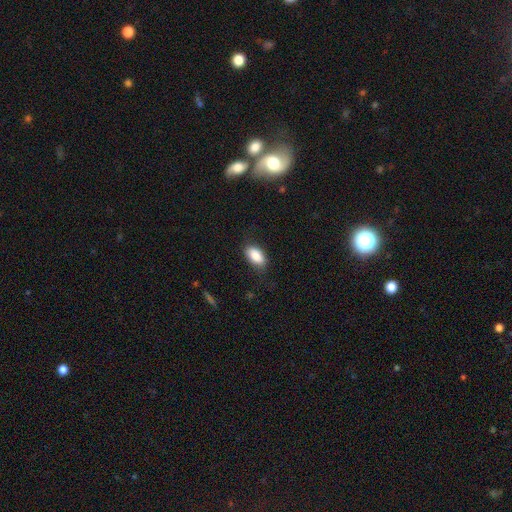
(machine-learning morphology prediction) smooth 87%, star or artifact 7%, featured or disk 6%. Down the decision tree: how rounded — in between (92%); merging — none (77%).